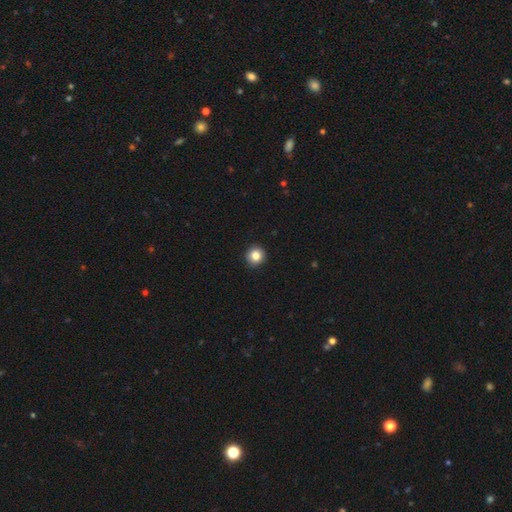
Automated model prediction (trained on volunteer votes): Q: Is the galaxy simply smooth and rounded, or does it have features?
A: smooth — 85%.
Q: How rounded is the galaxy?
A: round — 94%.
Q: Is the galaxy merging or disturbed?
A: none — 93%.